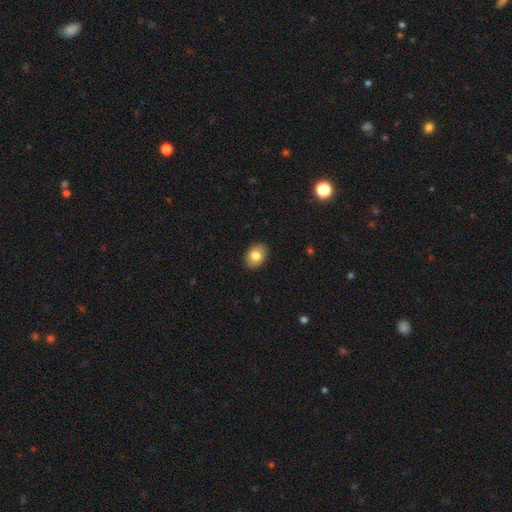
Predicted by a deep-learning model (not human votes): This is clearly a smooth galaxy (82%). How rounded: likely in between (75%). Merging: clearly none (90%).